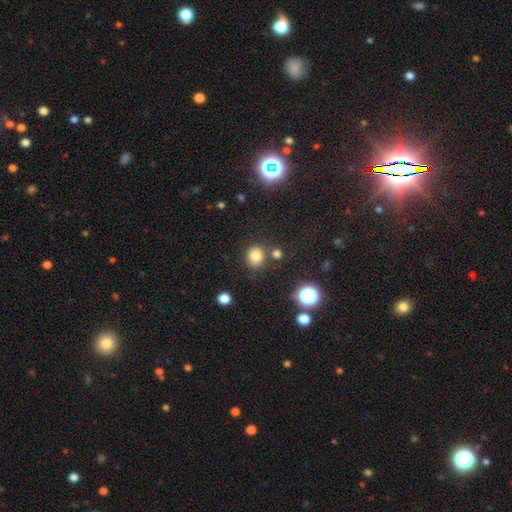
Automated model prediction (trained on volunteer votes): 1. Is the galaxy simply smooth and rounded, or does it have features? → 81% smooth, 14% star or artifact, 6% featured or disk.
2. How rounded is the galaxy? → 82% round, 17% in between, 1% cigar-shaped.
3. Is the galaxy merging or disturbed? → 78% none, 10% minor disturbance, 9% merger, 3% major disturbance.